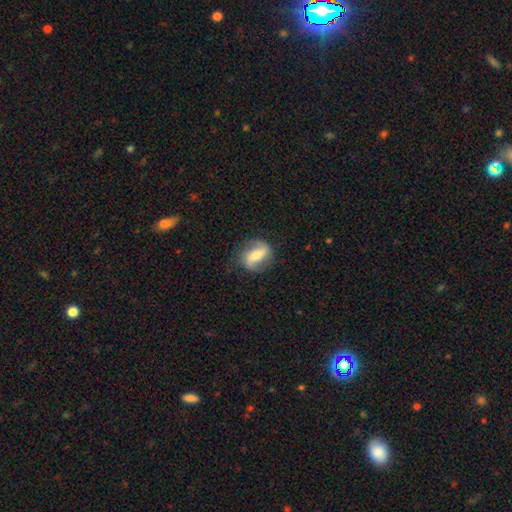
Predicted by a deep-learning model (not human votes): Smooth or featured?
  - featured or disk: 66% *
  - smooth: 27%
  - star or artifact: 7%
Edge-on disk?
  - no: 93% *
  - yes: 7%
Bar?
  - strong: 44% *
  - weak: 31%
  - no: 25%
Spiral arms?
  - yes: 86% *
  - no: 14%
Spiral winding?
  - loose: 51% *
  - medium: 33%
  - tight: 16%
Spiral arm count?
  - 2: 88% *
  - can't tell: 5%
  - 1: 4%
  - 3: 1%
  - 4: 1%
  - more than 4: 1%
Bulge size?
  - moderate: 54% *
  - small: 35%
  - large: 7%
  - none: 3%
  - dominant: 2%
Merging?
  - none: 79% *
  - minor disturbance: 15%
  - major disturbance: 6%
  - merger: 1%